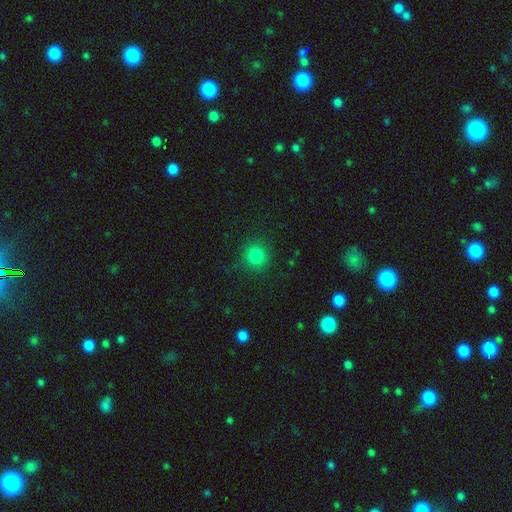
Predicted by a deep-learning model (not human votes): smooth 83%, star or artifact 13%, featured or disk 4%. Down the decision tree: how rounded — round (90%); merging — none (87%).